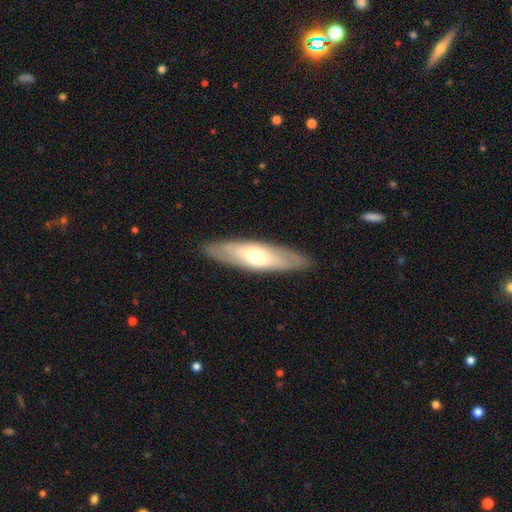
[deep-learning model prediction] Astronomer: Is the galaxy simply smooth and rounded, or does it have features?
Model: smooth — 49% (runner-up: featured or disk, 46%).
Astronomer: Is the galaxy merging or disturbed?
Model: none — 88%.